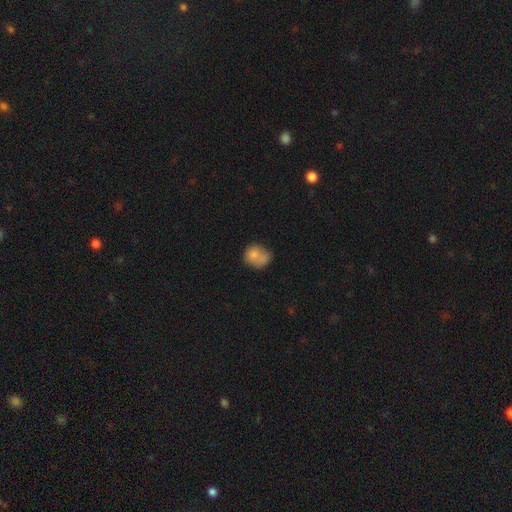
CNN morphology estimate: smooth-or-featured: smooth: 78% | featured or disk: 14% | star or artifact: 9%
  how-rounded: round: 66% | in between: 33% | cigar-shaped: 1%
  merging: none: 40% | merger: 29% | minor disturbance: 22% | major disturbance: 9%